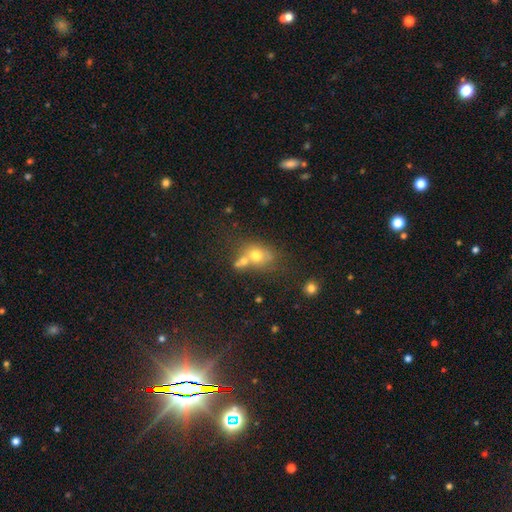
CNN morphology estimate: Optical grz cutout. It shows a smooth galaxy with no disk features (67%) that is round (54%). Merging: merger (46%).